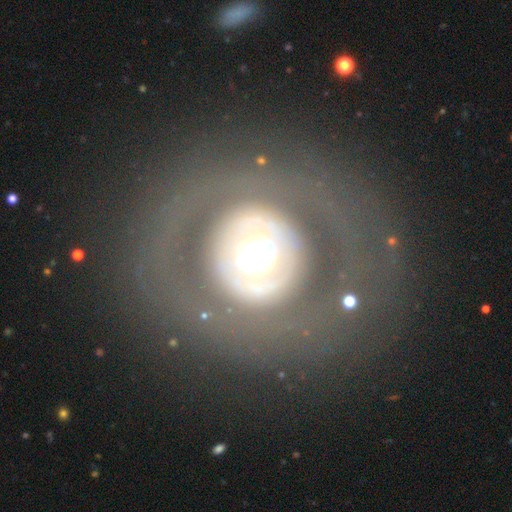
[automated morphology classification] This is likely a featured or disk galaxy (62%). It is clearly not viewed edge-on (94%). Bar: likely no (74%). Spiral arm pattern: likely no (74%). Central bulge: marginally large (44%). Merging: likely none (72%).